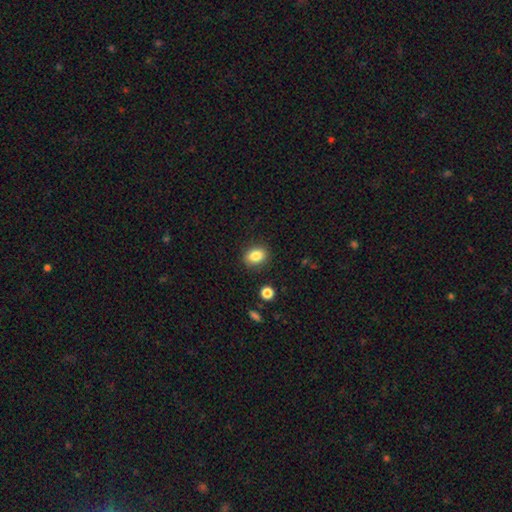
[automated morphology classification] Smooth or featured?
  - smooth: 86% *
  - star or artifact: 9%
  - featured or disk: 5%
How rounded?
  - in between: 70% *
  - round: 28%
  - cigar-shaped: 1%
Merging?
  - none: 87% *
  - minor disturbance: 9%
  - major disturbance: 2%
  - merger: 2%